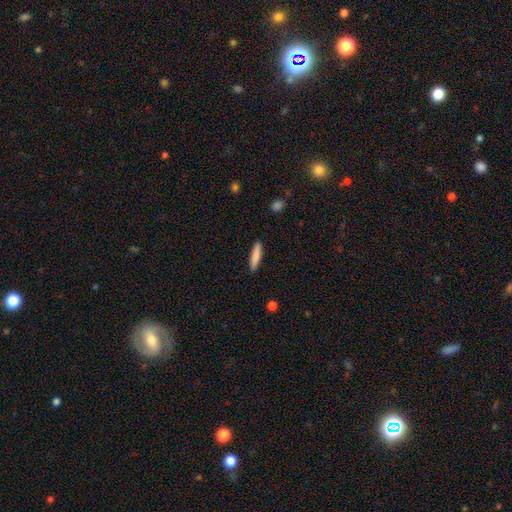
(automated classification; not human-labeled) A smooth galaxy with no disk features (83%) that is cigar-shaped (84%).

Vote fractions:
- Smooth or featured? smooth: 83% / featured or disk: 11% / star or artifact: 6%
- How rounded? cigar-shaped: 84% / in between: 15% / round: 1%
- Merging? none: 91% / minor disturbance: 7% / major disturbance: 2% / merger: 1%